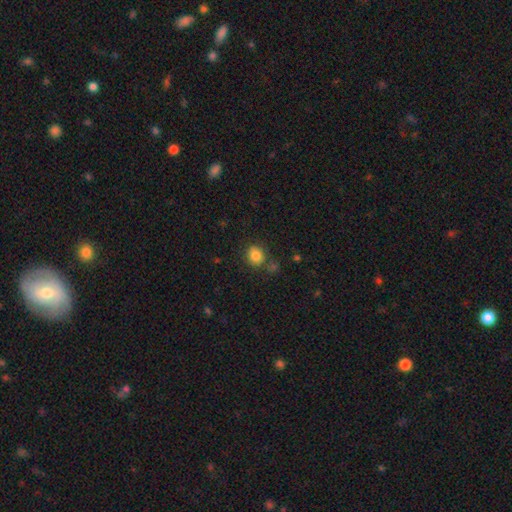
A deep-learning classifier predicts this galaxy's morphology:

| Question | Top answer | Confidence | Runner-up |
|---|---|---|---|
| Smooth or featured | smooth | 82% | star or artifact (11%) |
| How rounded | round | 74% | in between (25%) |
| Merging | none | 75% | minor disturbance (13%) |